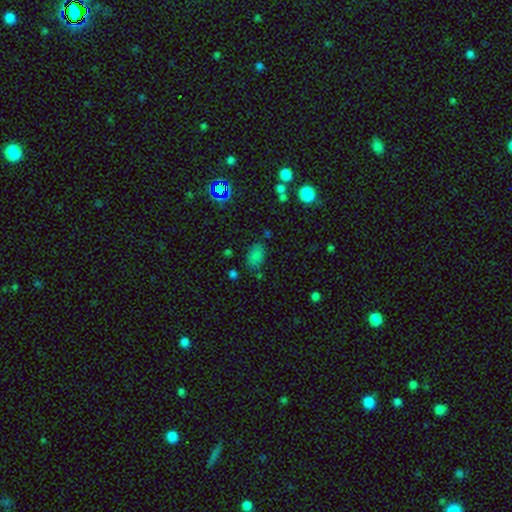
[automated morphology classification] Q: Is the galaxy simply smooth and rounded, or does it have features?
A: smooth — 76%.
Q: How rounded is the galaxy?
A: in between — 88%.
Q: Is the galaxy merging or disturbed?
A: none — 70%.